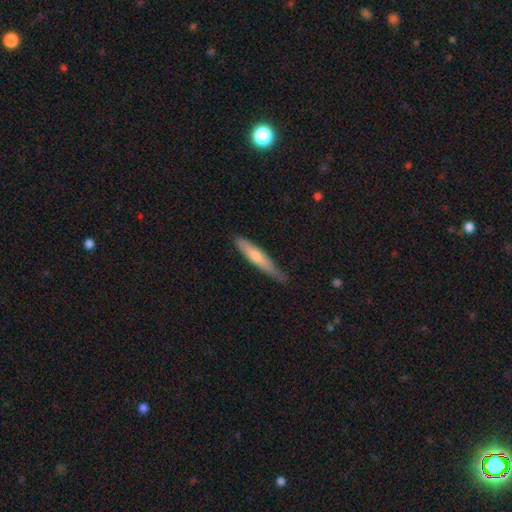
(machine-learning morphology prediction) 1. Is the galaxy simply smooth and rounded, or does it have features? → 50% featured or disk, 41% smooth, 8% star or artifact.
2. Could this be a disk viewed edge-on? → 90% yes, 10% no.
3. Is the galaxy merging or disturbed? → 82% none, 15% minor disturbance, 2% major disturbance, 1% merger.